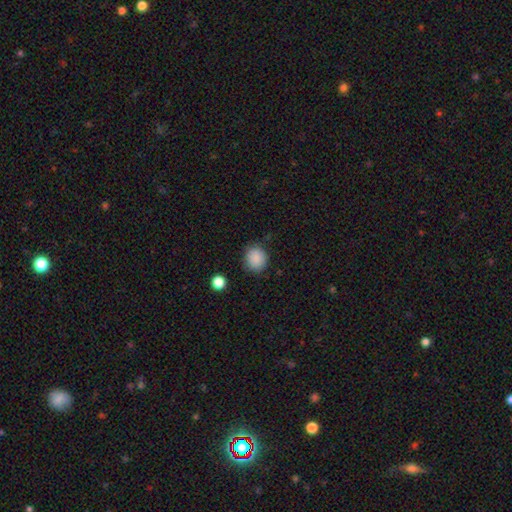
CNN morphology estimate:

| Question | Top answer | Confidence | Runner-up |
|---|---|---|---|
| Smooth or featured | smooth | 88% | star or artifact (9%) |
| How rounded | round | 81% | in between (18%) |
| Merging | none | 83% | minor disturbance (12%) |